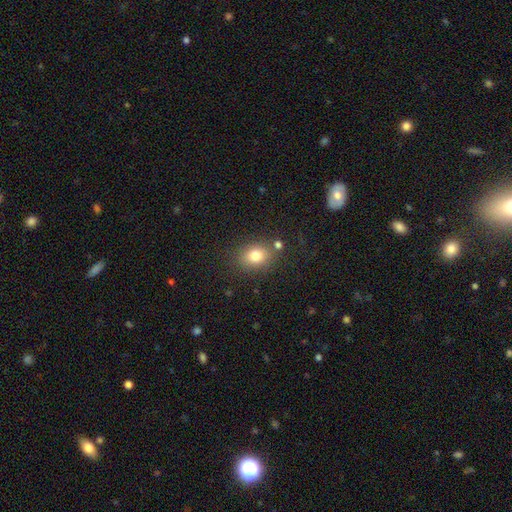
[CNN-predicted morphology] Q: Smooth or featured?
A: smooth (80%); runner-up: star or artifact (12%)
Q: How rounded?
A: in between (52%); runner-up: round (47%)
Q: Merging?
A: none (78%); runner-up: minor disturbance (12%)